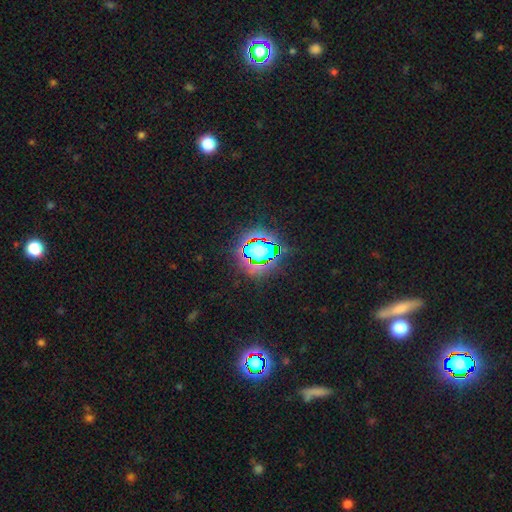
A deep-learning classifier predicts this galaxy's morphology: Smooth or featured? Predicted: star or artifact (p=0.60).